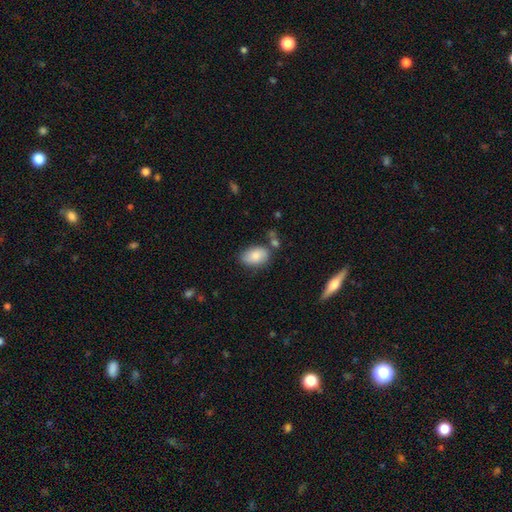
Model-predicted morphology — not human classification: The model was most divided on "merging": none: 68%, minor disturbance: 19%, merger: 8%, major disturbance: 5%. More confident: how rounded — in between (91%); smooth or featured — smooth (83%).